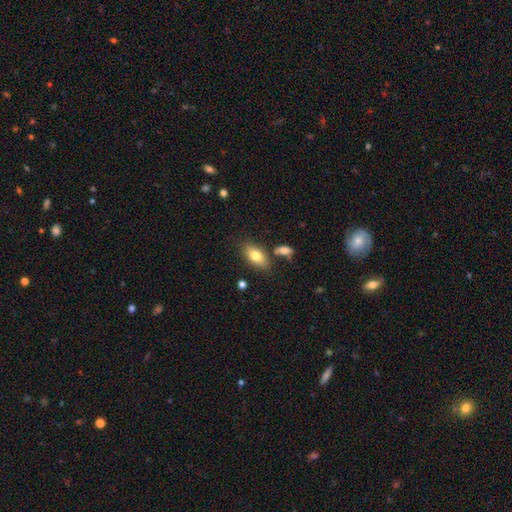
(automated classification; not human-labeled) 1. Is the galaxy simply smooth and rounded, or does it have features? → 76% smooth, 17% featured or disk, 8% star or artifact.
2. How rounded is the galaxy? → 88% in between, 6% cigar-shaped, 6% round.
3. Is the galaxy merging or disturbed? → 74% none, 13% minor disturbance, 9% merger, 3% major disturbance.